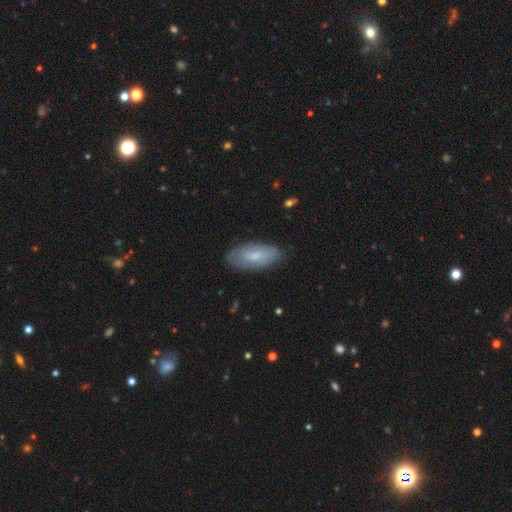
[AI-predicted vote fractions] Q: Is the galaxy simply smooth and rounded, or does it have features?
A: smooth — 65%.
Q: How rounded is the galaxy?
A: in between — 88%.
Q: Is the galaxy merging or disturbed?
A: none — 79%.